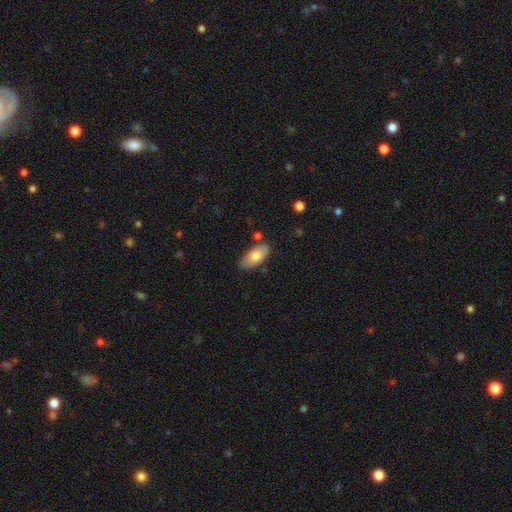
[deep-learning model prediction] A smooth galaxy with no disk features (78%) that is in between round and cigar-shaped (91%).

Vote fractions:
- Smooth or featured? smooth: 78% / featured or disk: 16% / star or artifact: 6%
- How rounded? in between: 91% / cigar-shaped: 7% / round: 2%
- Merging? none: 79% / minor disturbance: 14% / merger: 4% / major disturbance: 3%